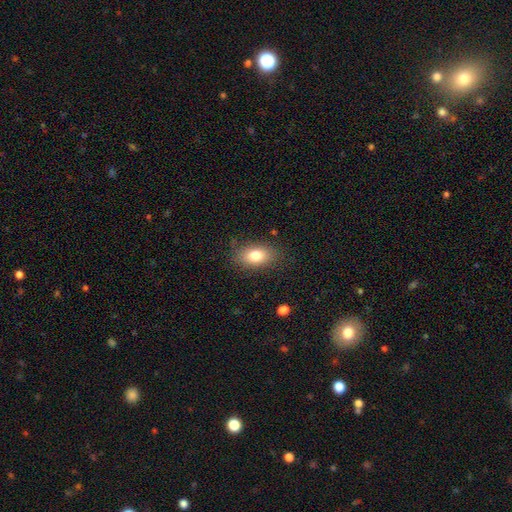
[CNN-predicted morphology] Smooth or featured: smooth — 80% (featured or disk — 11%)
How rounded: in between — 85% (round — 12%)
Merging: none — 82% (minor disturbance — 13%)